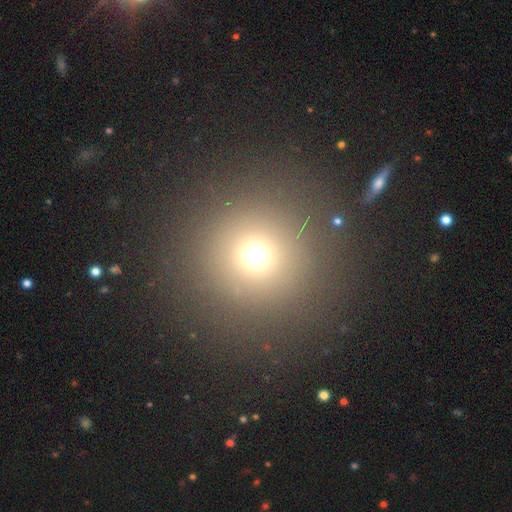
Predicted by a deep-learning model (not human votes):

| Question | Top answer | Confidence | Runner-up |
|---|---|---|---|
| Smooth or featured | smooth | 68% | star or artifact (23%) |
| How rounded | round | 95% | in between (4%) |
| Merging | none | 87% | minor disturbance (6%) |